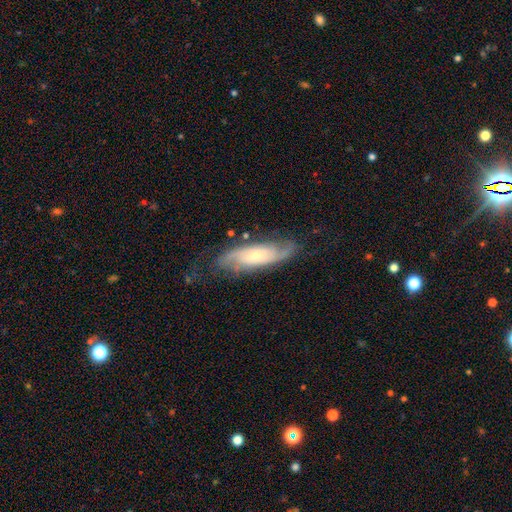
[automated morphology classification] smooth-or-featured: featured or disk: 77% | smooth: 17% | star or artifact: 6%
  disk-edge-on: no: 86% | yes: 14%
    bar: no: 59% | weak: 32% | strong: 10%
    has-spiral-arms: yes: 94% | no: 6%
      spiral-winding: medium: 43% | tight: 37% | loose: 21%
      spiral-arm-count: 2: 69% | can't tell: 19% | 3: 6% | 1: 3% | 4: 2% | more than 4: 2%
    bulge-size: small: 58% | moderate: 33% | large: 4% | none: 3% | dominant: 1%
  merging: none: 70% | minor disturbance: 20% | major disturbance: 8% | merger: 2%